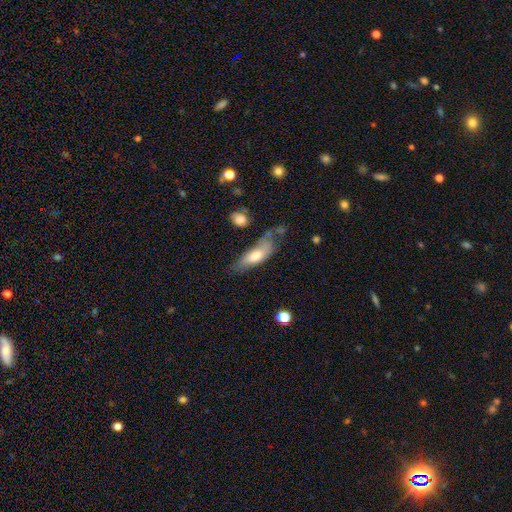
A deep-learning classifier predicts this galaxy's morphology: Smooth or featured?
  - smooth: 67% *
  - featured or disk: 26%
  - star or artifact: 6%
How rounded?
  - in between: 61% *
  - cigar-shaped: 37%
  - round: 2%
Merging?
  - none: 45% *
  - minor disturbance: 30%
  - major disturbance: 15%
  - merger: 9%